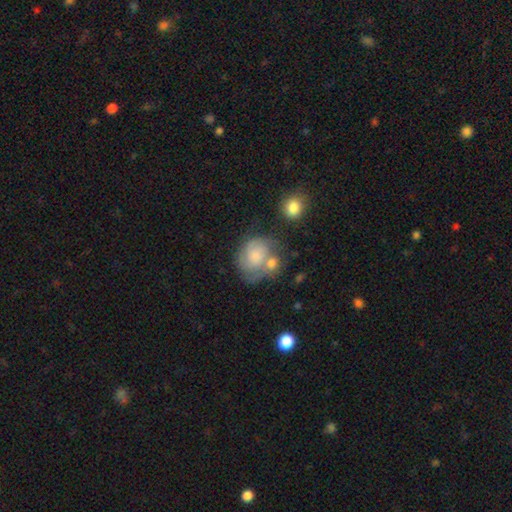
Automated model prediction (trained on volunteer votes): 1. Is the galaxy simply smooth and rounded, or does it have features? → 48% smooth, 44% featured or disk, 8% star or artifact.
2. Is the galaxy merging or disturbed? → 39% none, 27% merger, 21% minor disturbance, 13% major disturbance.